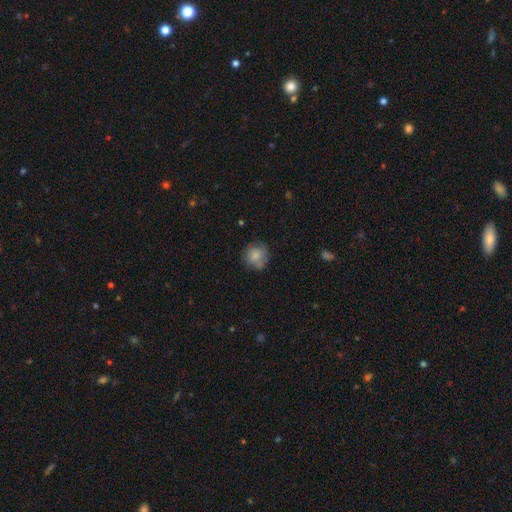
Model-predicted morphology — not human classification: type=smooth (79%); roundness=round (88%); merging=none (72%).